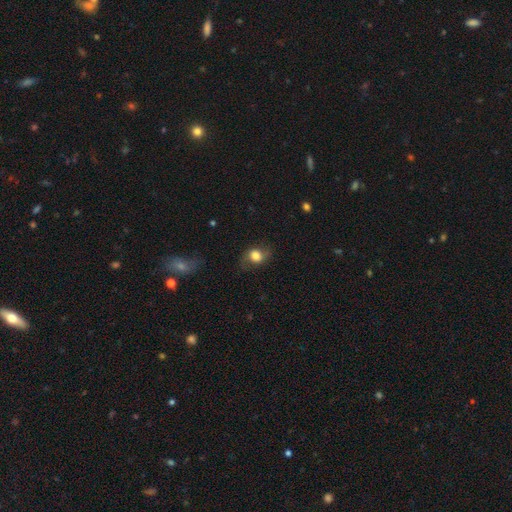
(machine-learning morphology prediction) Smooth or featured?
  - smooth: 67% *
  - featured or disk: 24%
  - star or artifact: 9%
How rounded?
  - round: 52% *
  - in between: 46%
  - cigar-shaped: 1%
Merging?
  - none: 64% *
  - minor disturbance: 21%
  - major disturbance: 13%
  - merger: 2%